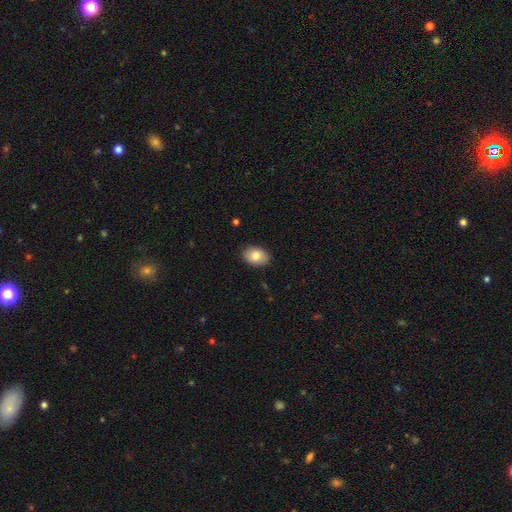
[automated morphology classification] Smooth or featured: smooth — 84% (featured or disk — 9%)
How rounded: in between — 81% (round — 18%)
Merging: none — 88% (minor disturbance — 9%)